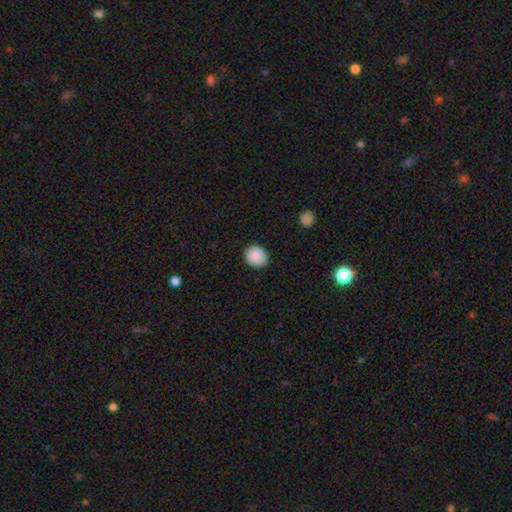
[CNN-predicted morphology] Q: Smooth or featured?
A: smooth (88%); runner-up: star or artifact (8%)
Q: How rounded?
A: round (77%); runner-up: in between (22%)
Q: Merging?
A: none (86%); runner-up: minor disturbance (11%)